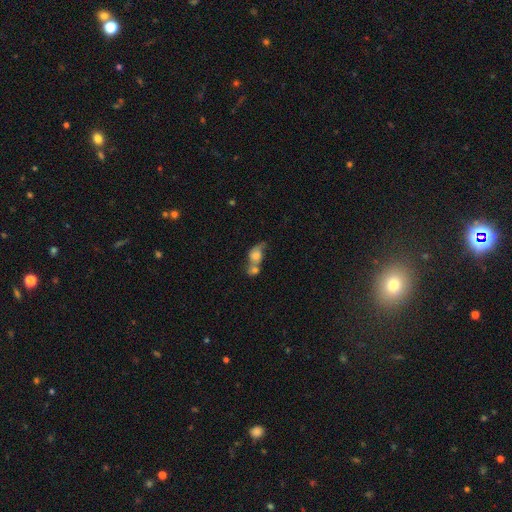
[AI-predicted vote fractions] smooth 60%, featured or disk 29%, star or artifact 10%. Down the decision tree: how rounded — in between (62%); merging — merger (66%).